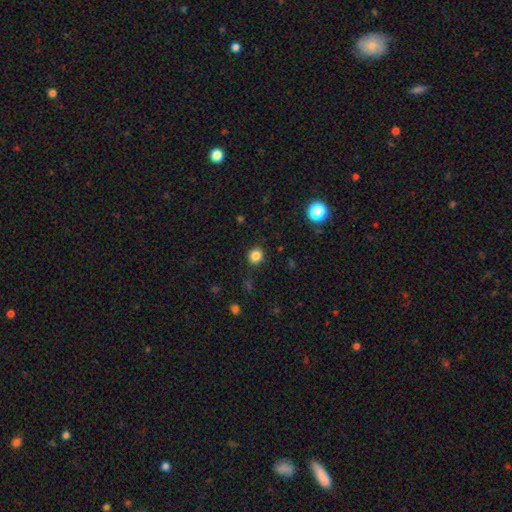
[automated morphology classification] The model was most divided on "smooth or featured": smooth: 83%, star or artifact: 12%, featured or disk: 4%. More confident: how rounded — round (89%); merging — none (88%).